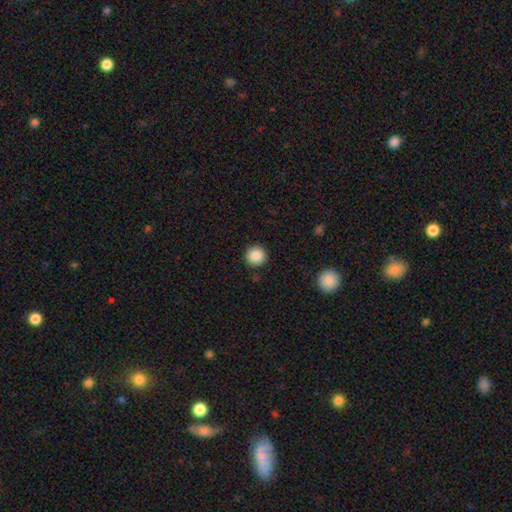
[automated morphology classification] This is clearly a smooth galaxy (88%). How rounded: clearly round (95%). Merging: clearly none (92%).